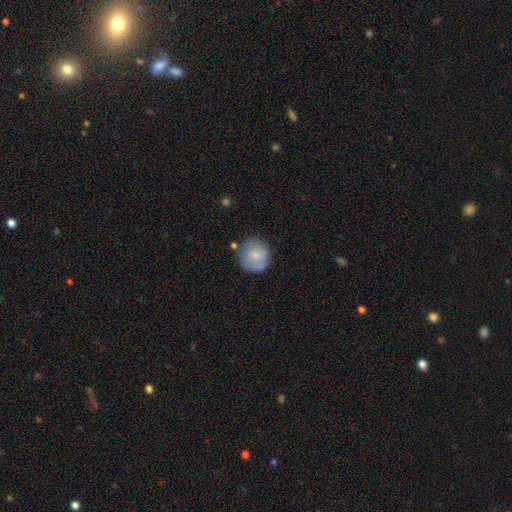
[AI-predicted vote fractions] A smooth galaxy with no disk features (75%) that is round (91%).

Vote fractions:
- Smooth or featured? smooth: 75% / featured or disk: 19% / star or artifact: 7%
- How rounded? round: 91% / in between: 8% / cigar-shaped: 1%
- Merging? none: 70% / minor disturbance: 19% / major disturbance: 6% / merger: 5%